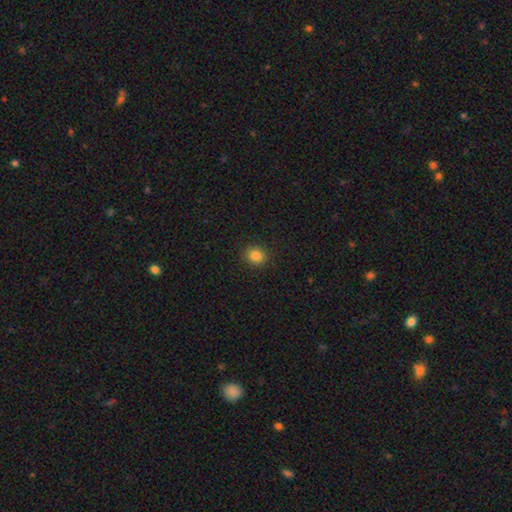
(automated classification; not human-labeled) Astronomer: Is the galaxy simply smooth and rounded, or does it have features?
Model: smooth — 85%.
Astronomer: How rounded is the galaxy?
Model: round — 75%.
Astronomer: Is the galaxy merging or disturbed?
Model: none — 89%.